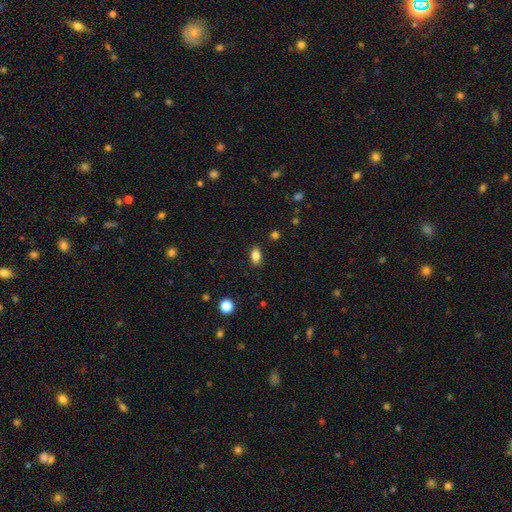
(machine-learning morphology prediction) This appears to be a smooth galaxy with no disk features (84%) that is in between round and cigar-shaped (87%). Merging: none (86%).